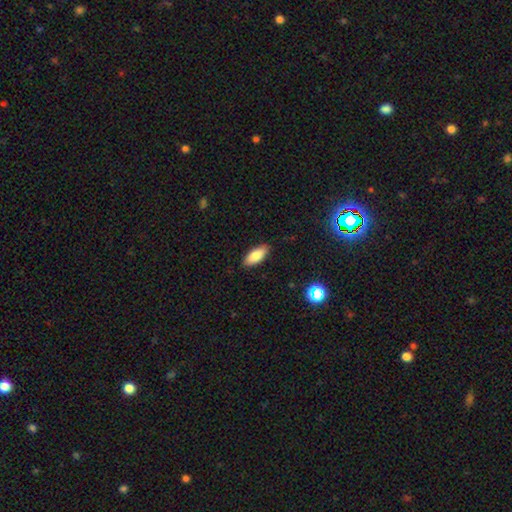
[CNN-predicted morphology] Overall: smooth (84%). How rounded: in between (83%). Merging: none (87%).